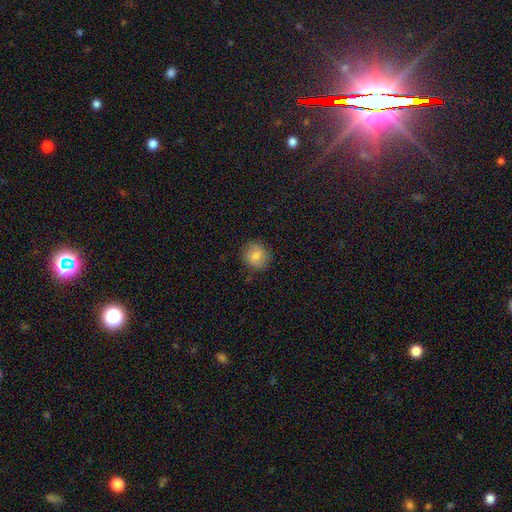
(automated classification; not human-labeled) Overall: smooth (82%). How rounded: round (87%). Merging: none (87%).